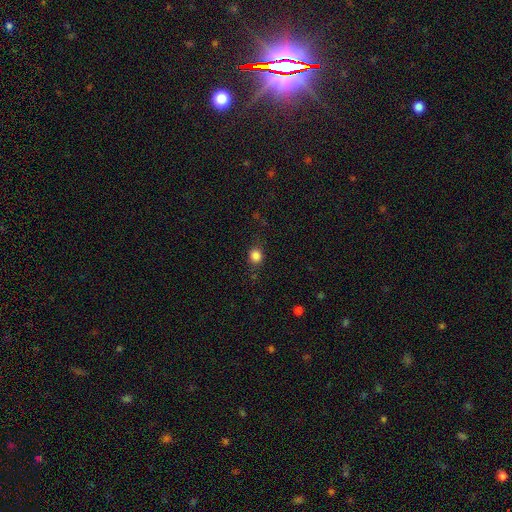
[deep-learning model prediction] smooth 84%, star or artifact 12%, featured or disk 4%. Down the decision tree: how rounded — round (78%); merging — none (81%).